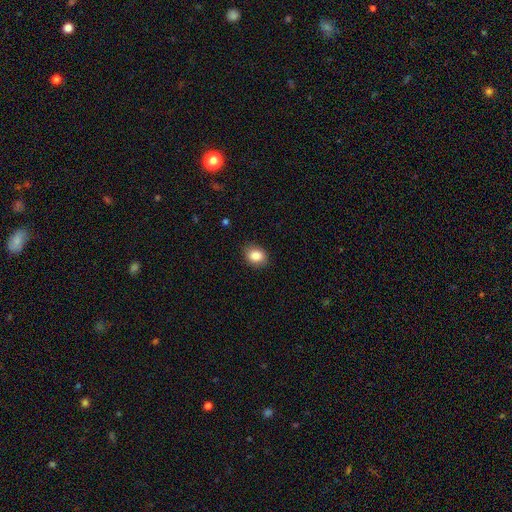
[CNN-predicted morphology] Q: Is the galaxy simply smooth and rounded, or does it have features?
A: smooth — 86%.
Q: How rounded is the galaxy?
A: in between — 54%.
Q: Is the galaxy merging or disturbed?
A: none — 85%.